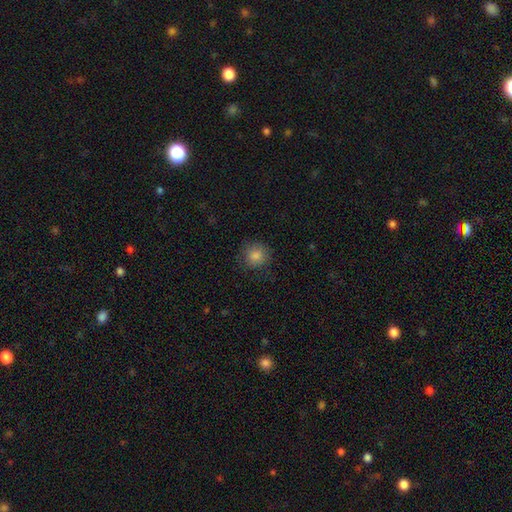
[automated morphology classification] smooth_or_featured: smooth (p=0.85) [alt: star or artifact p=0.10]
how_rounded: round (p=0.90) [alt: in between p=0.09]
merging: none (p=0.82) [alt: minor disturbance p=0.12]